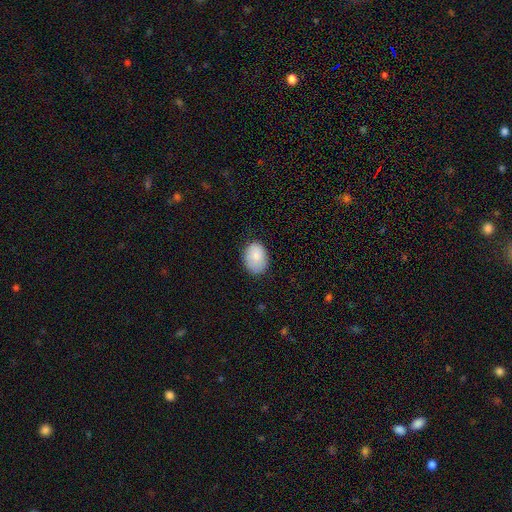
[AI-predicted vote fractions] Overall: smooth (83%). How rounded: in between (76%). Merging: none (77%).